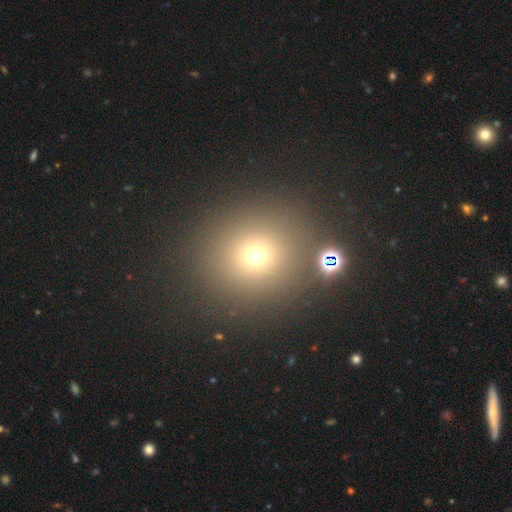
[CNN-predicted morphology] smooth 66%, star or artifact 25%, featured or disk 9%. Down the decision tree: how rounded — round (87%); merging — none (84%).